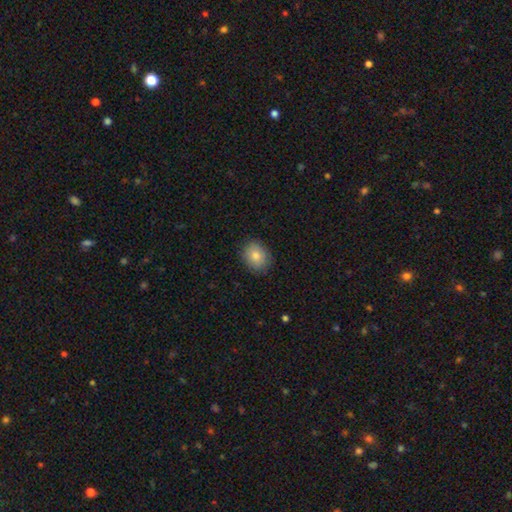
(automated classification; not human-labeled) A smooth galaxy with no disk features (83%) that is round (53%). Merging: none (86%).